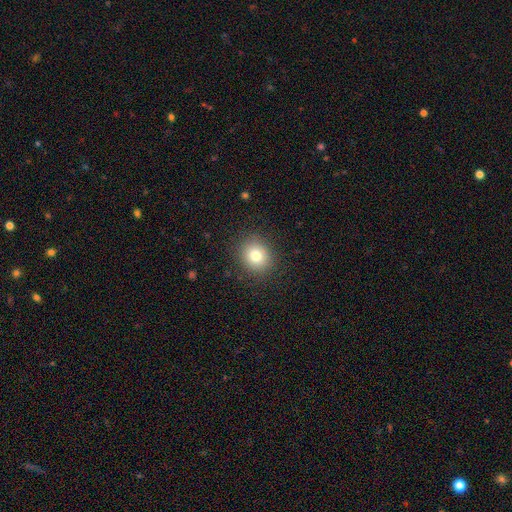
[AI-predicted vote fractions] Overall: smooth (79%). How rounded: round (80%). Merging: none (89%).